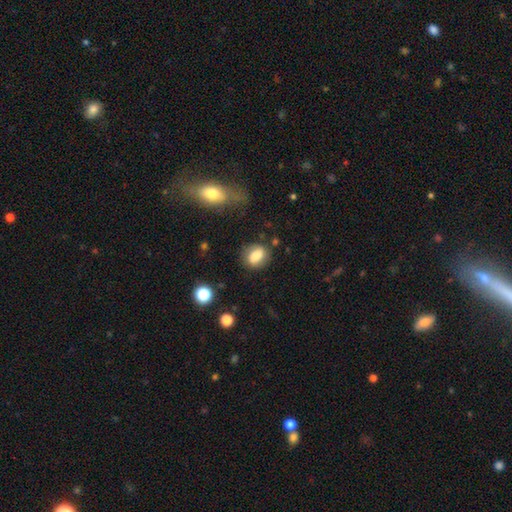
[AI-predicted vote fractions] This appears to be a smooth galaxy with no disk features (73%) that is in between round and cigar-shaped (52%). Merging: none (76%).